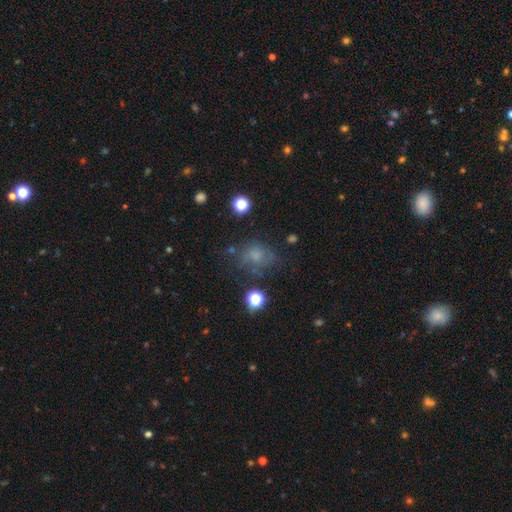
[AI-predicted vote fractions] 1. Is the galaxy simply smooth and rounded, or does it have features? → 59% smooth, 22% star or artifact, 19% featured or disk.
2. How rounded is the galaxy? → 57% round, 42% in between, 1% cigar-shaped.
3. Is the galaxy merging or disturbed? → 55% none, 23% minor disturbance, 16% major disturbance, 6% merger.